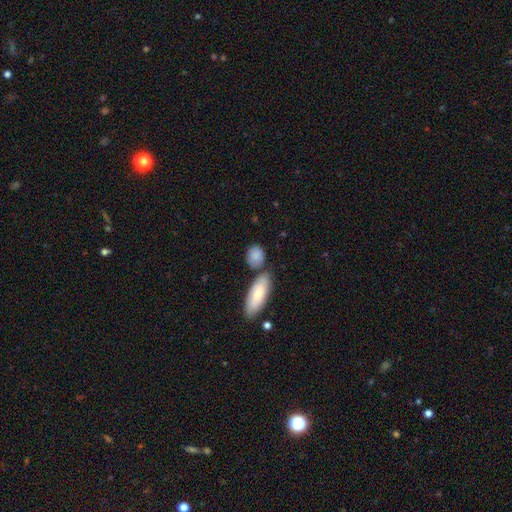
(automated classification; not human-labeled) Smooth or featured?
  - smooth: 84% *
  - featured or disk: 9%
  - star or artifact: 6%
How rounded?
  - in between: 50% *
  - round: 45%
  - cigar-shaped: 5%
Merging?
  - none: 65% *
  - merger: 17%
  - minor disturbance: 15%
  - major disturbance: 4%